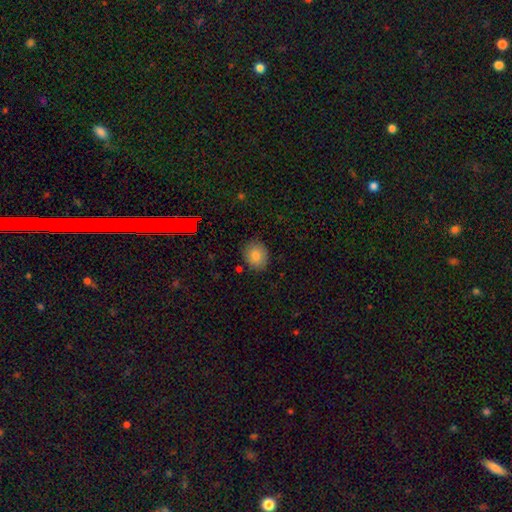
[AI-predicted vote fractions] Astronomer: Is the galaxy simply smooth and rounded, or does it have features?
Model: smooth — 81%.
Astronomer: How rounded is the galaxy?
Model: round — 69%.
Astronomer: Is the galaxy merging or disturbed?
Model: none — 85%.